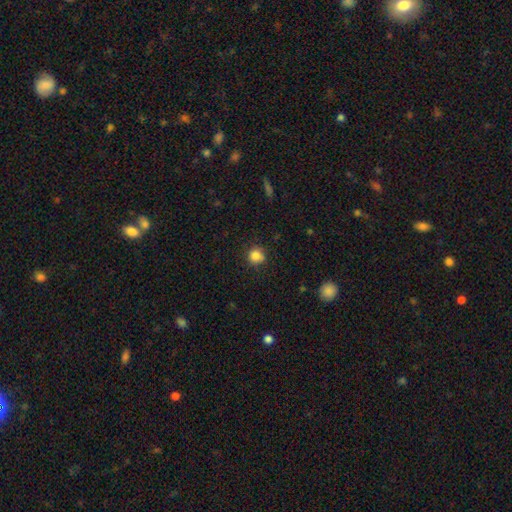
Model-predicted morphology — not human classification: Q: Smooth or featured?
A: smooth (84%); runner-up: star or artifact (11%)
Q: How rounded?
A: round (91%); runner-up: in between (8%)
Q: Merging?
A: none (83%); runner-up: minor disturbance (12%)